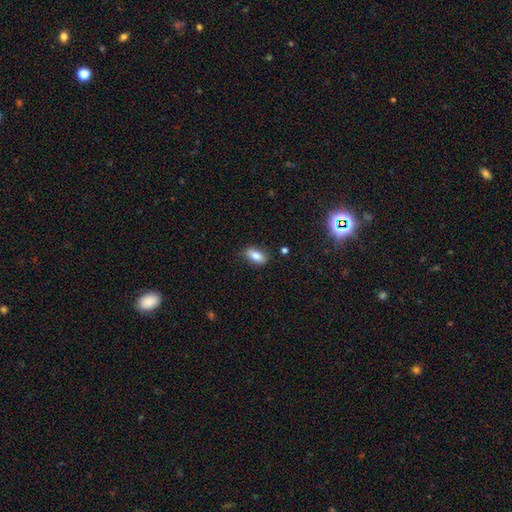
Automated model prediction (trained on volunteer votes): A smooth galaxy with no disk features (82%) that is in between round and cigar-shaped (85%). Merging: none (80%).